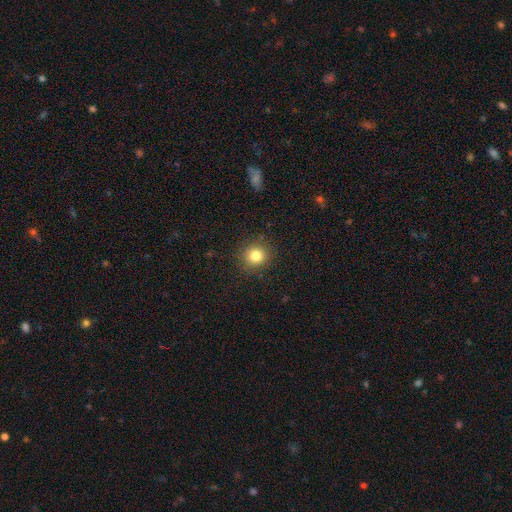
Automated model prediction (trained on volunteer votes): Smooth or featured?
  - smooth: 81% *
  - star or artifact: 12%
  - featured or disk: 6%
How rounded?
  - round: 90% *
  - in between: 9%
  - cigar-shaped: 1%
Merging?
  - none: 90% *
  - minor disturbance: 7%
  - major disturbance: 2%
  - merger: 1%